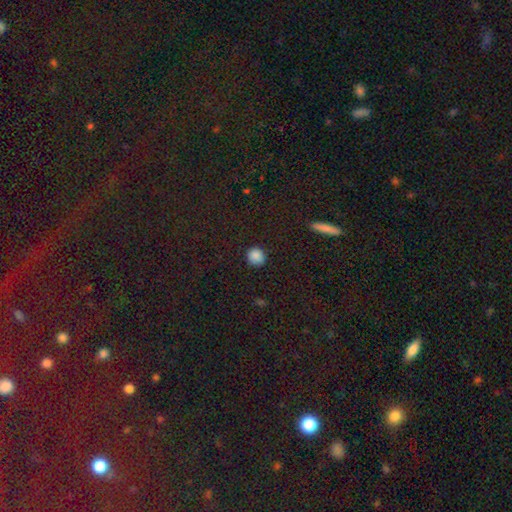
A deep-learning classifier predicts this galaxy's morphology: This is clearly a smooth galaxy (86%). How rounded: clearly round (87%). Merging: clearly none (86%).